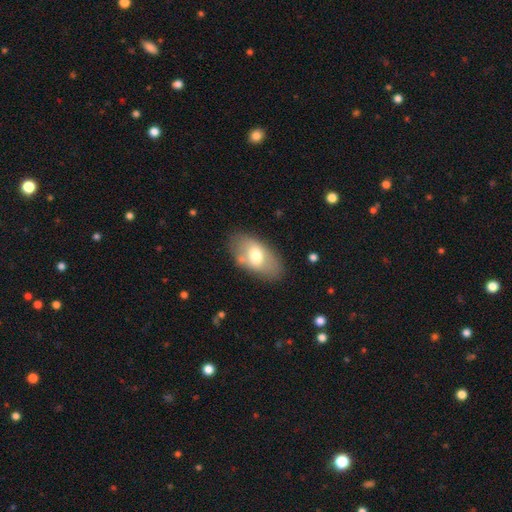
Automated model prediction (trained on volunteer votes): smooth 64%, featured or disk 29%, star or artifact 7%. Down the decision tree: how rounded — in between (93%); merging — none (77%).